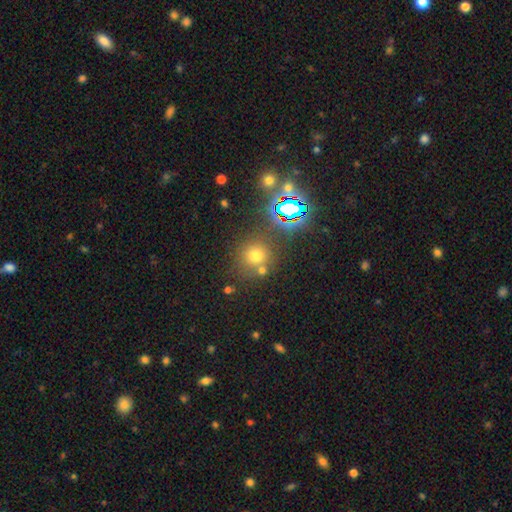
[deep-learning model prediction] The model was most divided on "smooth or featured": smooth: 65%, star or artifact: 26%, featured or disk: 9%. More confident: how rounded — round (90%); merging — none (71%).